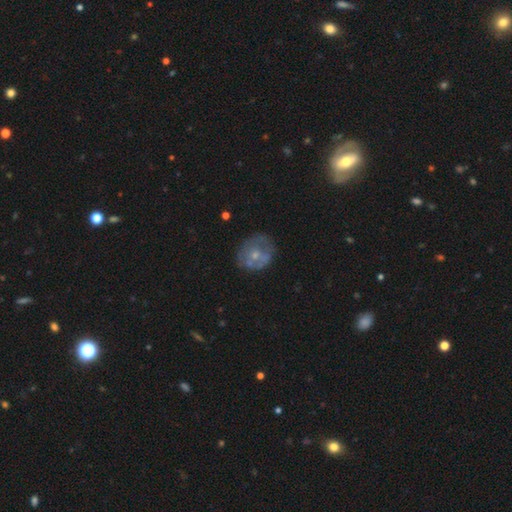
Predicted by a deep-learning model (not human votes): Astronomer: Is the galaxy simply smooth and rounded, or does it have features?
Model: featured or disk — 49% (runner-up: smooth, 43%).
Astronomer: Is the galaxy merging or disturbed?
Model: none — 56%.